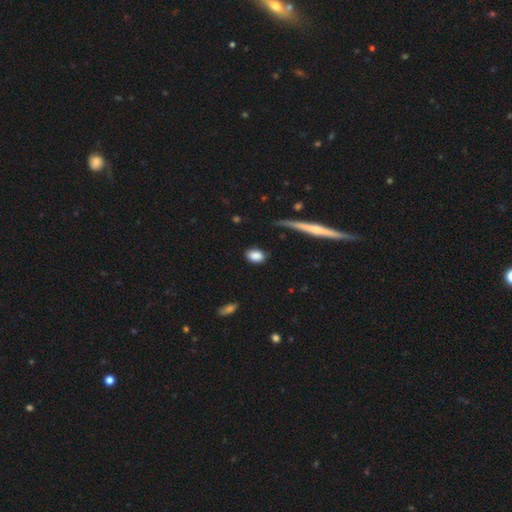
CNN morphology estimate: Q: Smooth or featured?
A: smooth (87%); runner-up: star or artifact (7%)
Q: How rounded?
A: in between (71%); runner-up: round (26%)
Q: Merging?
A: none (83%); runner-up: minor disturbance (12%)